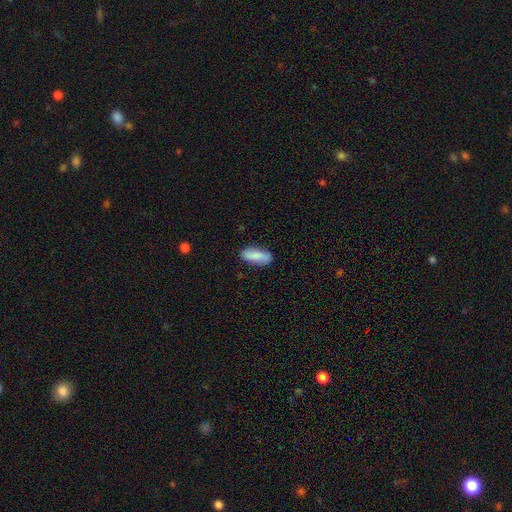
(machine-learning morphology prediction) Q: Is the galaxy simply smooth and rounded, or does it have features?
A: smooth — 86%.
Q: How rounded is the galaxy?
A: in between — 73%.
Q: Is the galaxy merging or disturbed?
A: none — 84%.